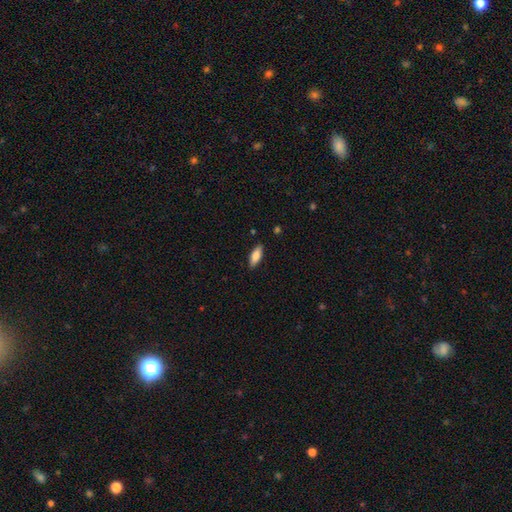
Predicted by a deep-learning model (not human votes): Smooth or featured? smooth (78%)
How rounded? in between (70%)
Merging? none (87%)